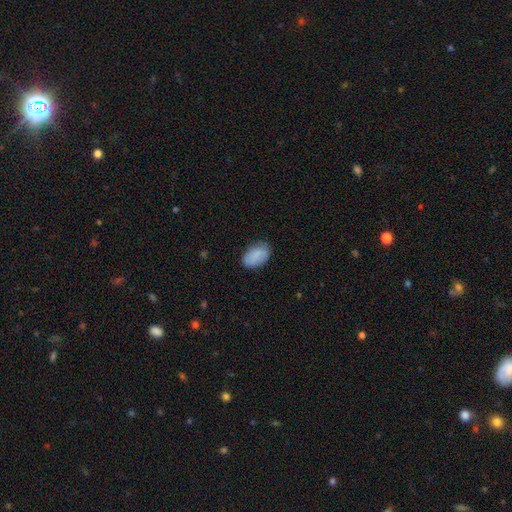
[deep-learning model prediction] This is clearly a smooth galaxy (88%). How rounded: clearly in between (91%). Merging: likely none (80%).